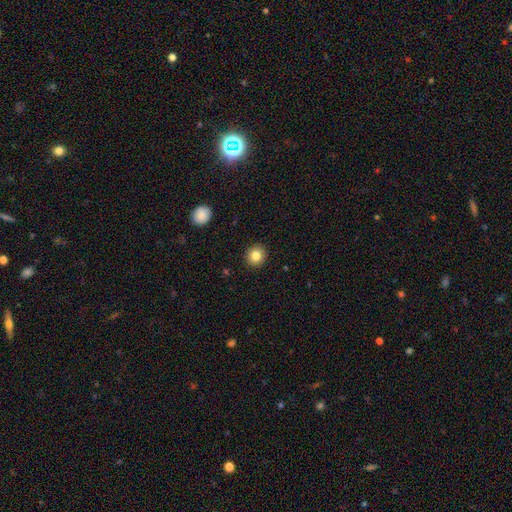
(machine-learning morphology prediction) This is clearly a smooth galaxy (83%). How rounded: clearly round (89%). Merging: clearly none (92%).